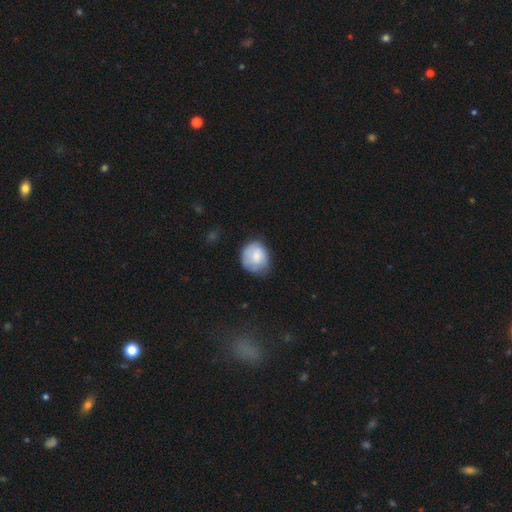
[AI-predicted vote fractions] Smooth or featured?
  - smooth: 73% *
  - featured or disk: 20%
  - star or artifact: 7%
How rounded?
  - round: 71% *
  - in between: 28%
  - cigar-shaped: 1%
Merging?
  - none: 59% *
  - minor disturbance: 31%
  - major disturbance: 9%
  - merger: 2%